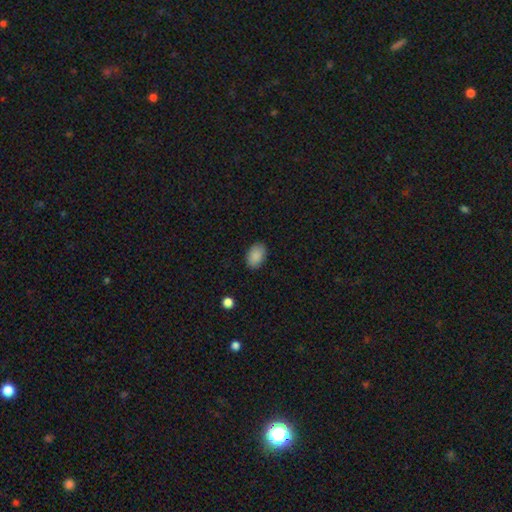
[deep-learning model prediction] Overall: smooth (89%). How rounded: in between (89%). Merging: none (87%).